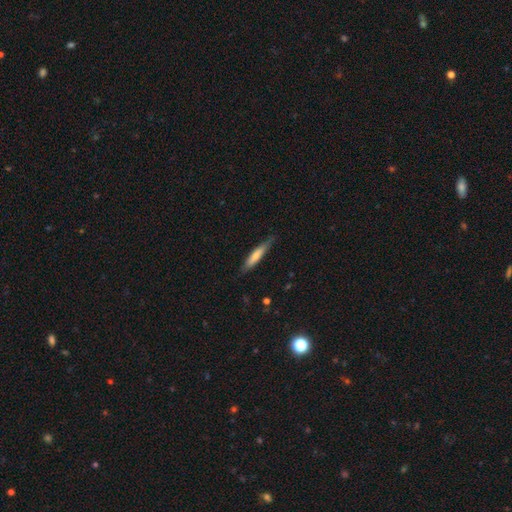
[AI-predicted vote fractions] smooth-or-featured: smooth: 65% | featured or disk: 29% | star or artifact: 6%
  how-rounded: cigar-shaped: 89% | in between: 10% | round: 1%
  merging: none: 81% | minor disturbance: 15% | major disturbance: 2% | merger: 1%